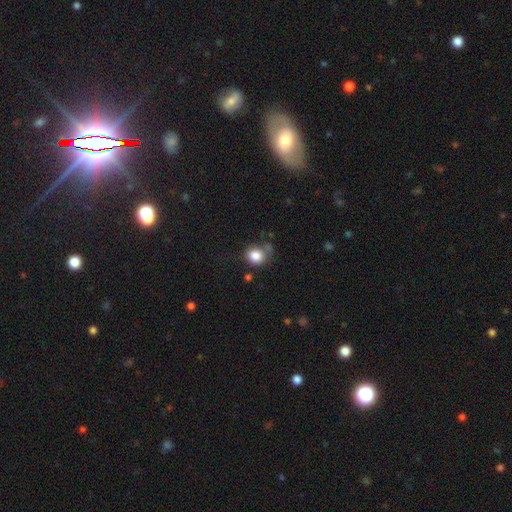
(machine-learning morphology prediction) A smooth galaxy with no disk features (84%) that is round (78%). Merging: none (59%).